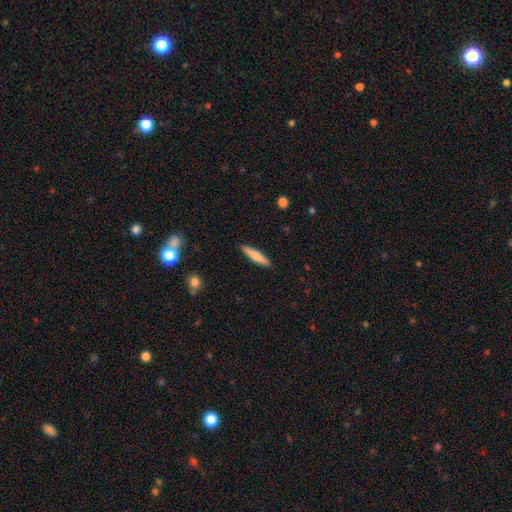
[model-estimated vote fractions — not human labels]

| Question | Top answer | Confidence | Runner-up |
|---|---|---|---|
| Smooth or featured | smooth | 73% | featured or disk (22%) |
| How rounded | cigar-shaped | 87% | in between (11%) |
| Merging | none | 91% | minor disturbance (7%) |